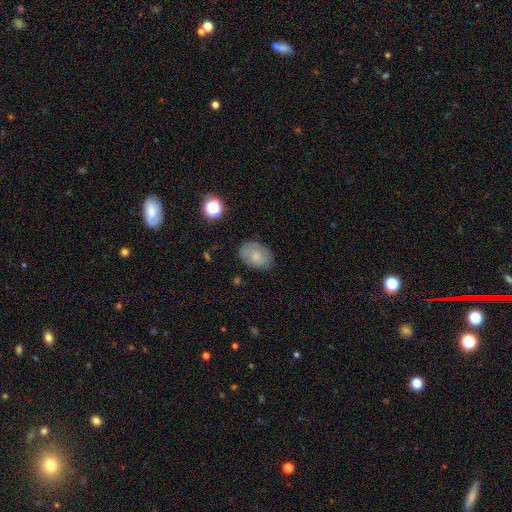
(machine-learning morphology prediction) The model was most divided on "smooth or featured": smooth: 75%, featured or disk: 16%, star or artifact: 9%. More confident: how rounded — in between (80%); merging — none (78%).